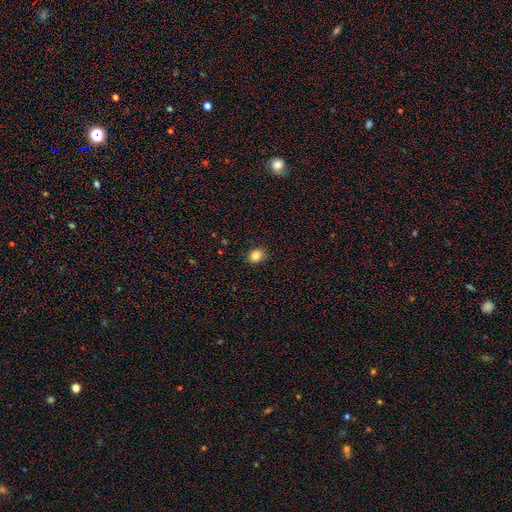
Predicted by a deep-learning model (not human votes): Morphology: type=smooth (83%); roundness=round (64%); merging=none (88%).